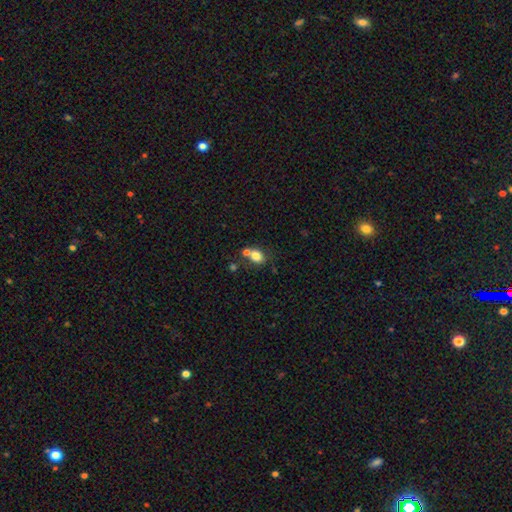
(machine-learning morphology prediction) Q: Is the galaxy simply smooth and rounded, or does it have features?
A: smooth — 79%.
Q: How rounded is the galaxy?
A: in between — 52%.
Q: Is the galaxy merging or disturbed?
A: none — 48%.